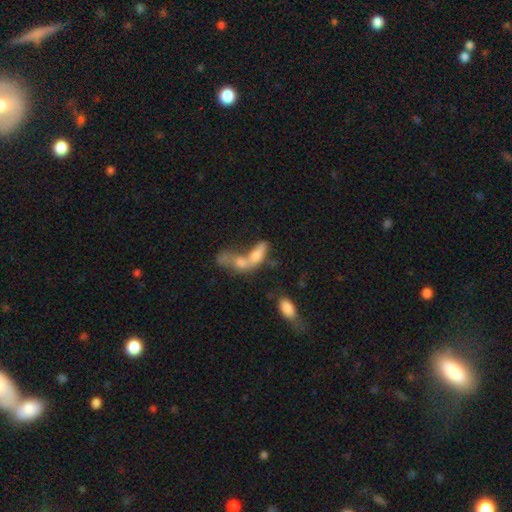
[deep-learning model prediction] A smooth galaxy with no disk features (58%) that is in between round and cigar-shaped (67%). Merging: merger (71%).